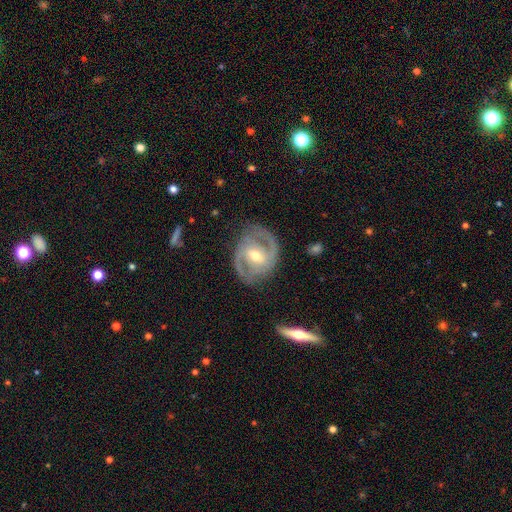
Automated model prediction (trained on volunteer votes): Smooth or featured? featured or disk (88%)
Edge-on disk? no (97%)
Bar? weak (47%)
Spiral arms? yes (95%)
Spiral winding? medium (52%)
Spiral arm count? 2 (88%)
Bulge size? moderate (66%)
Merging? none (79%)